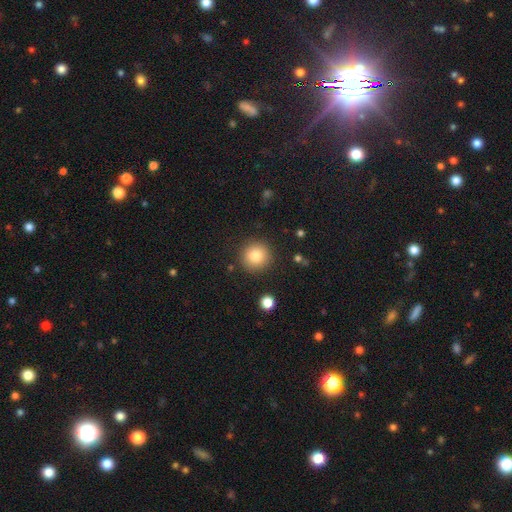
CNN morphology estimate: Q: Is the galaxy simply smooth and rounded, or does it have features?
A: smooth — 82%.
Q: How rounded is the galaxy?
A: round — 95%.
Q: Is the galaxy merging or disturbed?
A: none — 89%.